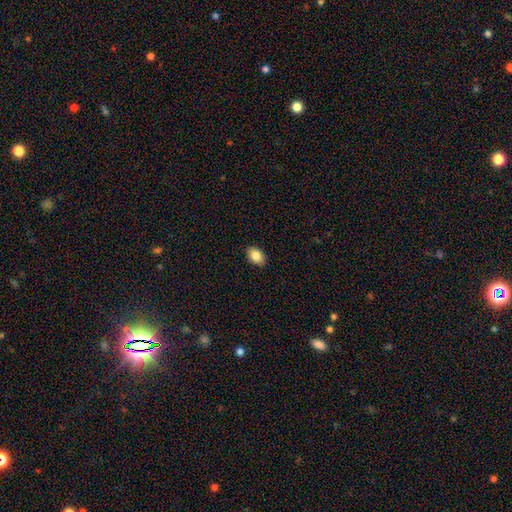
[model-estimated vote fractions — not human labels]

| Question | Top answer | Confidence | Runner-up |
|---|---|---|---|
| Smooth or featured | smooth | 85% | star or artifact (8%) |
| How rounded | in between | 86% | round (13%) |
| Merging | none | 89% | minor disturbance (8%) |